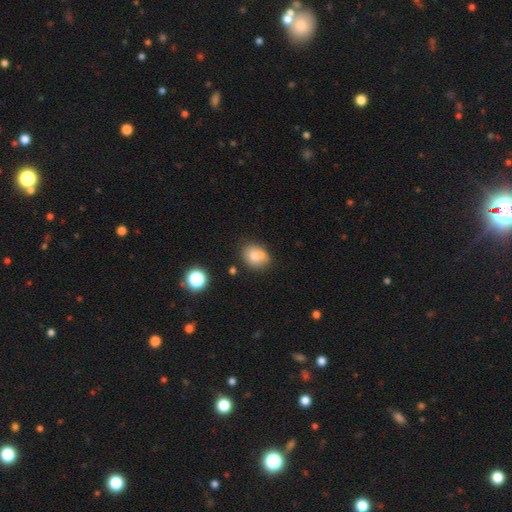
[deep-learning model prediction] Q: Smooth or featured?
A: smooth (75%); runner-up: featured or disk (15%)
Q: How rounded?
A: in between (52%); runner-up: round (47%)
Q: Merging?
A: none (53%); runner-up: merger (24%)